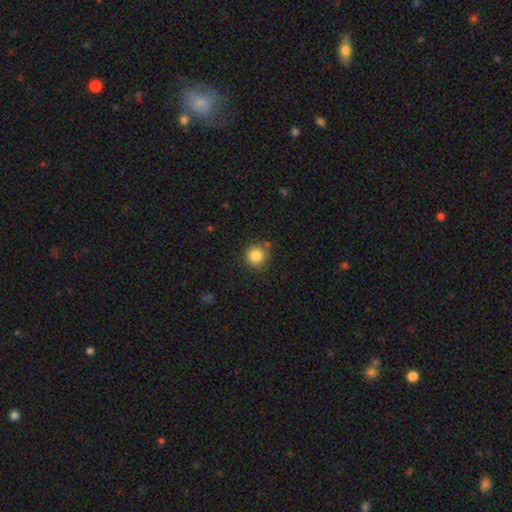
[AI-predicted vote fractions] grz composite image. It shows a smooth galaxy with no disk features (84%) that is round (94%). Merging: none (81%).